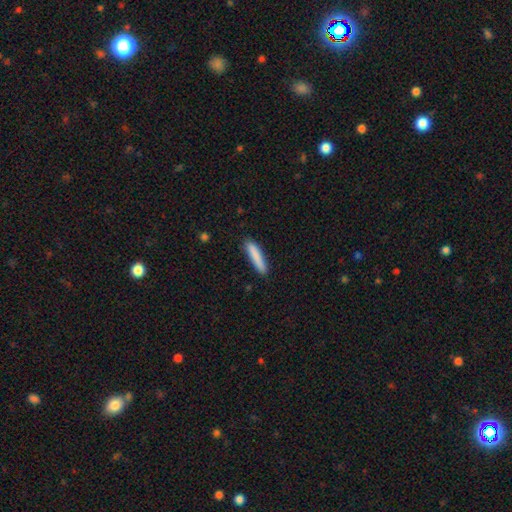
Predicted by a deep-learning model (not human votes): Smooth or featured? smooth (85%)
How rounded? cigar-shaped (88%)
Merging? none (86%)